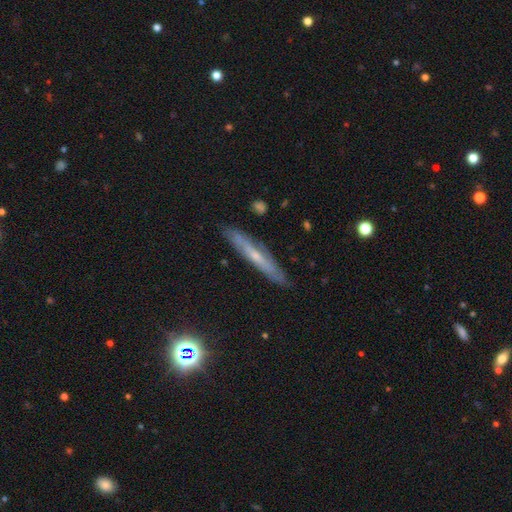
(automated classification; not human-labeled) This appears to be a featured or disk galaxy (60%) viewed edge-on (80%). Merging: none (85%).